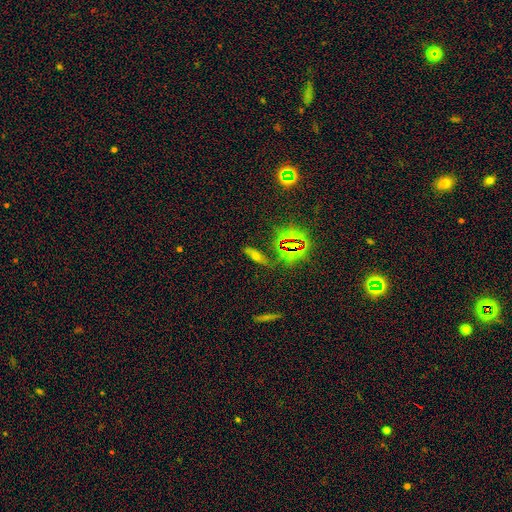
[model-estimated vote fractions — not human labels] A star or artifact, not a galaxy (38%).